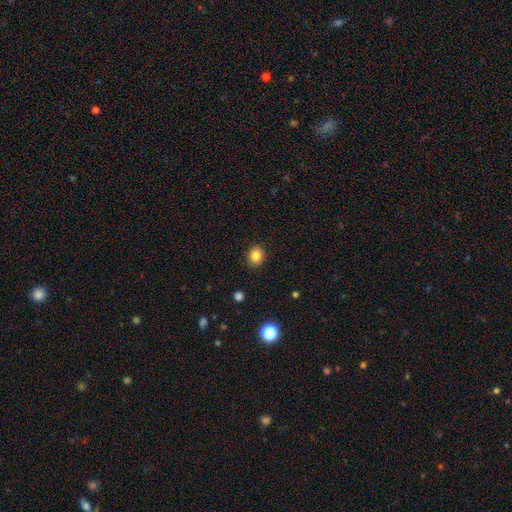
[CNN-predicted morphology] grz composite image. It shows a smooth galaxy with no disk features (84%) that is round (63%). Merging: none (87%).